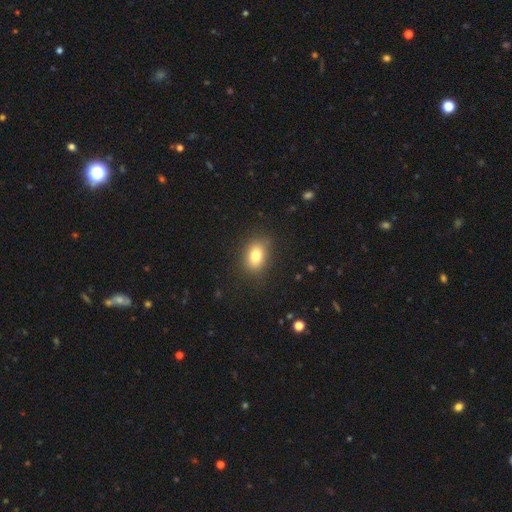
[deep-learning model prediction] Morphology: type=smooth (80%); roundness=in between (75%); merging=none (84%).